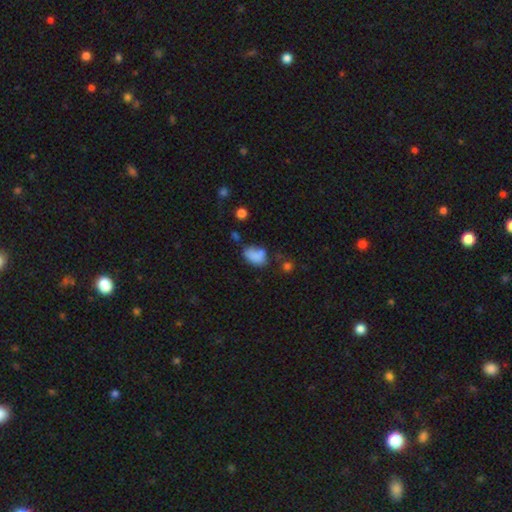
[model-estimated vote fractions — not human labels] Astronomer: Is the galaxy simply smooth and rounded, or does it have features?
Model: smooth — 78%.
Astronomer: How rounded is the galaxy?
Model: in between — 86%.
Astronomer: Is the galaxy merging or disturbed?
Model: none — 41% (runner-up: minor disturbance, 31%).